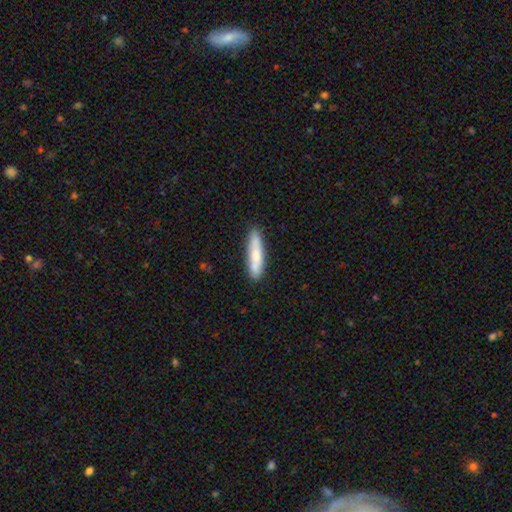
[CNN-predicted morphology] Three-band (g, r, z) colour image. It shows a smooth galaxy with no disk features (73%) that is cigar-shaped (83%). Merging: none (86%).